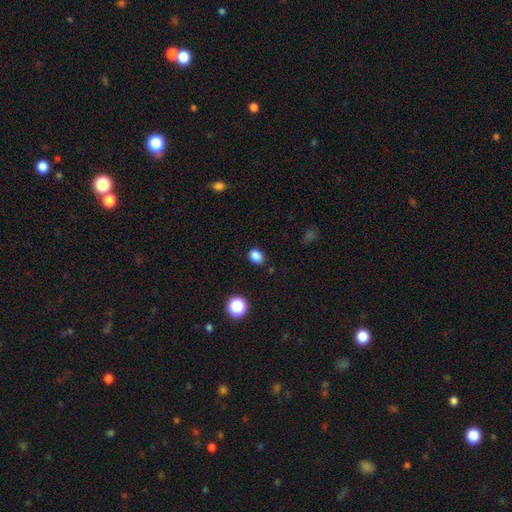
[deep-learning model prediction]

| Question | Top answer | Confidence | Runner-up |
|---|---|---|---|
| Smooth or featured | smooth | 85% | star or artifact (12%) |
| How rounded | in between | 71% | round (28%) |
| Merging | none | 81% | minor disturbance (13%) |